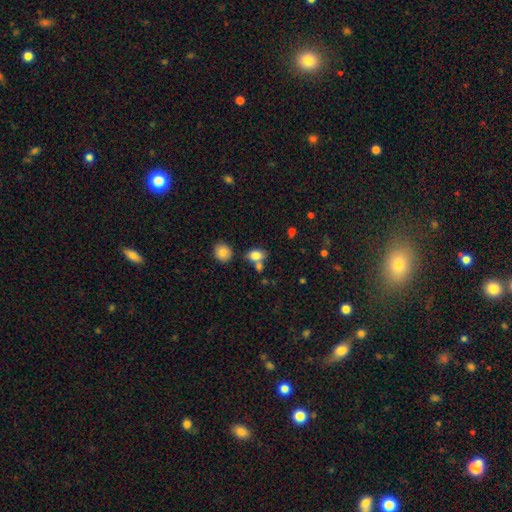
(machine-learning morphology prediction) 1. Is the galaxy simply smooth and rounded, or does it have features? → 81% smooth, 9% star or artifact, 9% featured or disk.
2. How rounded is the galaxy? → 80% in between, 18% round, 2% cigar-shaped.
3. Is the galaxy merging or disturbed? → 55% none, 27% merger, 13% minor disturbance, 5% major disturbance.